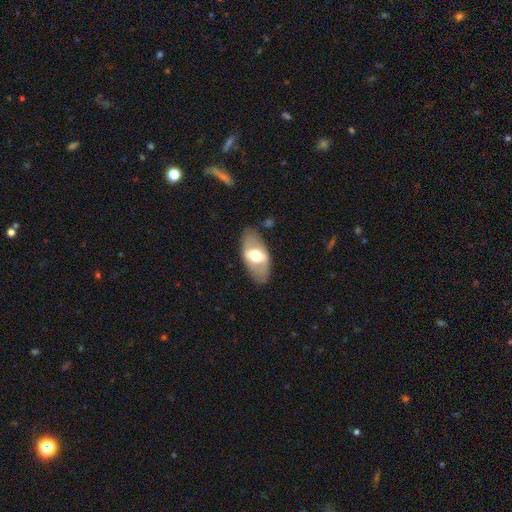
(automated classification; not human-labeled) This is possibly a featured or disk galaxy (50%). Merging: likely none (80%).